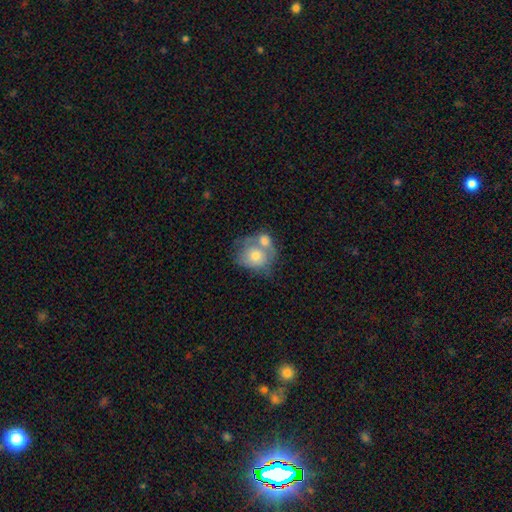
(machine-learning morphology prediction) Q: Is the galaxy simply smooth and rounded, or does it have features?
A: smooth — 63%.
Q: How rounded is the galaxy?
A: round — 67%.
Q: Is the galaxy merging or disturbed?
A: merger — 58%.